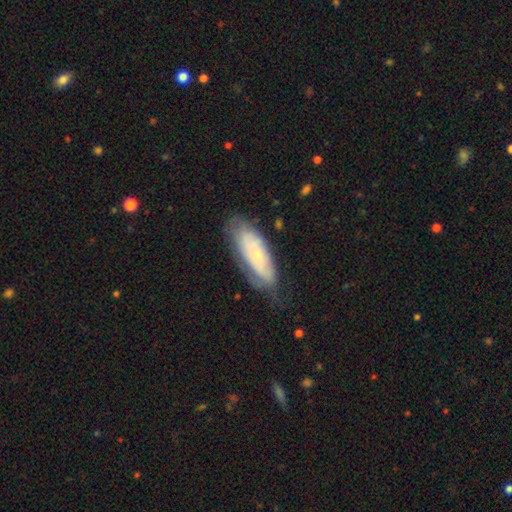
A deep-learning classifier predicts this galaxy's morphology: Smooth or featured? Predicted: featured or disk (p=0.46). Merging? Predicted: none (p=0.71).